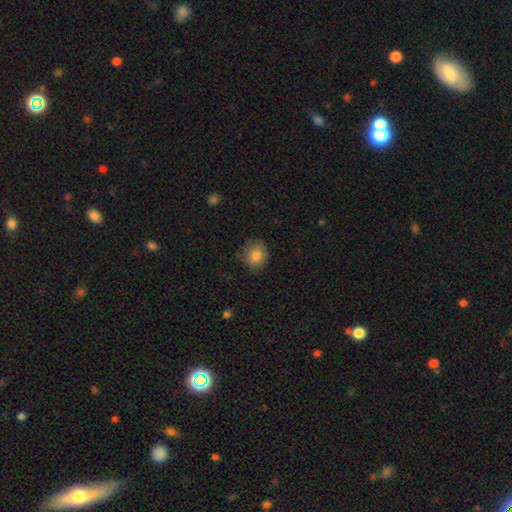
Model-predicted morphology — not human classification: Smooth or featured? Predicted: smooth (p=0.82). How rounded? Predicted: round (p=0.77). Merging? Predicted: none (p=0.80).